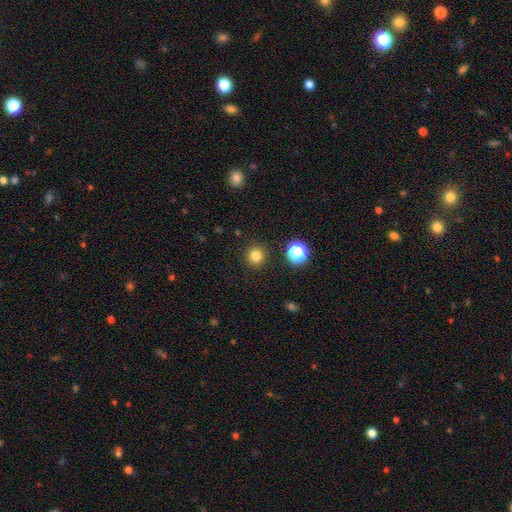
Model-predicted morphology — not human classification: Smooth or featured? Predicted: smooth (p=0.81). How rounded? Predicted: round (p=0.92). Merging? Predicted: none (p=0.91).